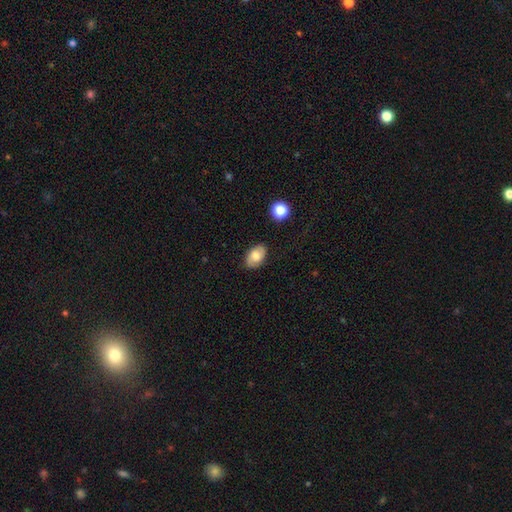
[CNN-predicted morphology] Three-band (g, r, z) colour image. It shows a smooth galaxy with no disk features (66%) that is in between round and cigar-shaped (88%). Merging: none (83%).